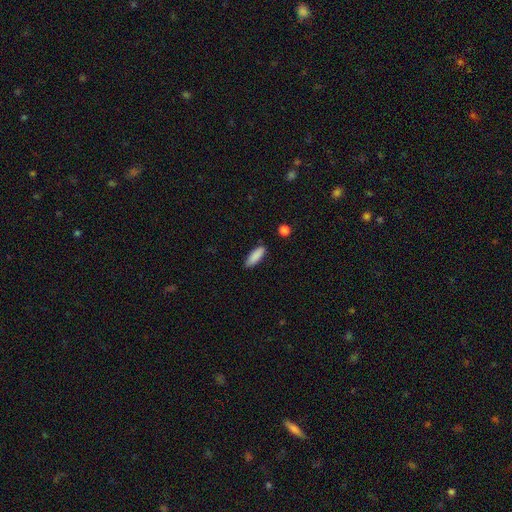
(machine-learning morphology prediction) A smooth galaxy with no disk features (89%) that is in between round and cigar-shaped (52%). Merging: none (86%).